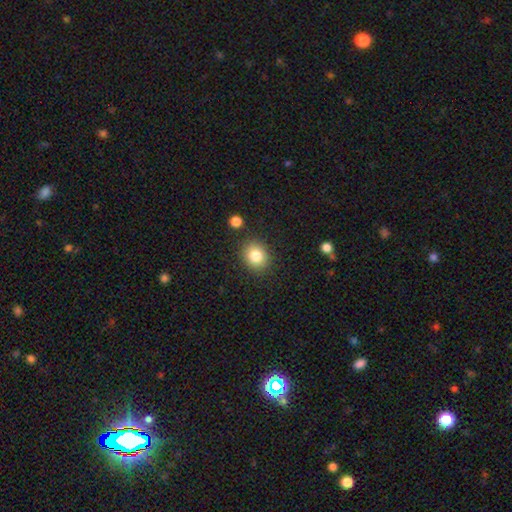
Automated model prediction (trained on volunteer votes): Overall: smooth (83%). How rounded: round (69%; in between 30%). Merging: none (87%).